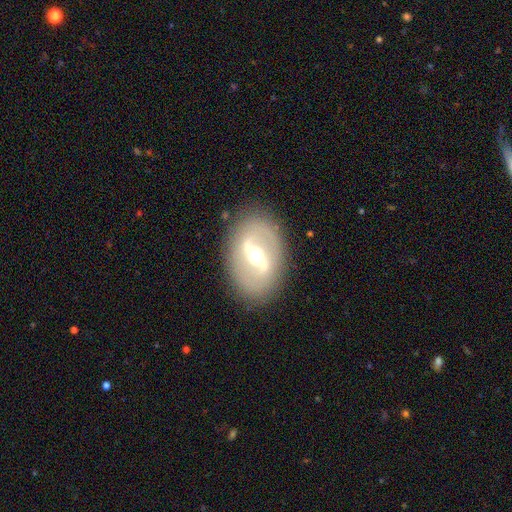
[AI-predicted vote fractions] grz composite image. It shows a featured or disk galaxy (77%) with a strong bar (63%), no spiral arms (57%) and a moderate central bulge (71%). Merging: none (84%).